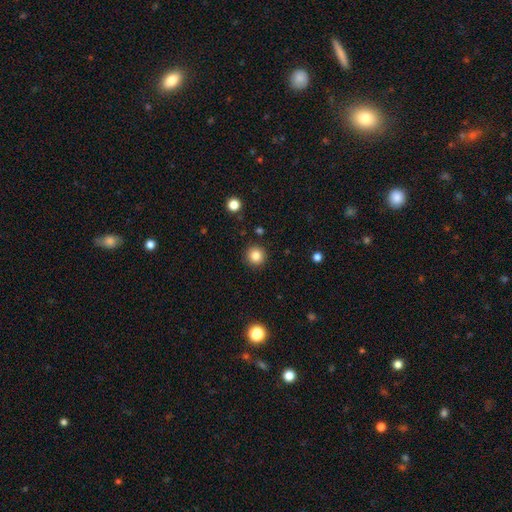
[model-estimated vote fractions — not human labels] Smooth or featured?
  - smooth: 83% *
  - star or artifact: 11%
  - featured or disk: 6%
How rounded?
  - round: 95% *
  - in between: 4%
  - cigar-shaped: 1%
Merging?
  - none: 91% *
  - minor disturbance: 6%
  - major disturbance: 2%
  - merger: 2%